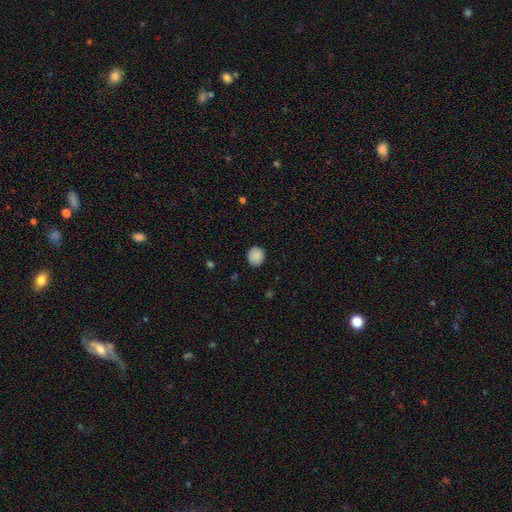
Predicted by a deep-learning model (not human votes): Overall: smooth (88%). How rounded: round (82%). Merging: none (87%).